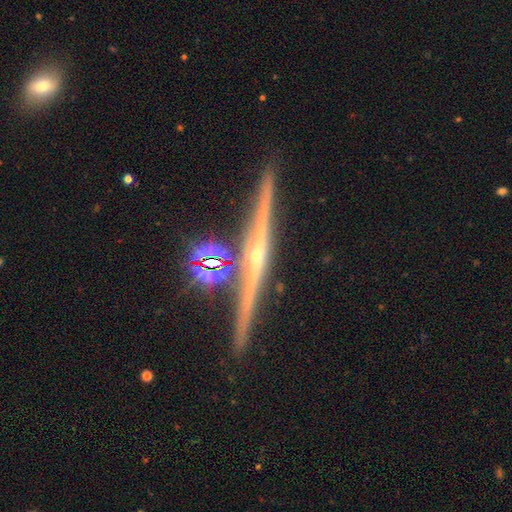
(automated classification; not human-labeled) The model was most divided on "edge-on bulge": rounded: 71%, none: 24%, boxy: 6%. More confident: edge-on disk — yes (98%); merging — none (87%); smooth or featured — featured or disk (84%).